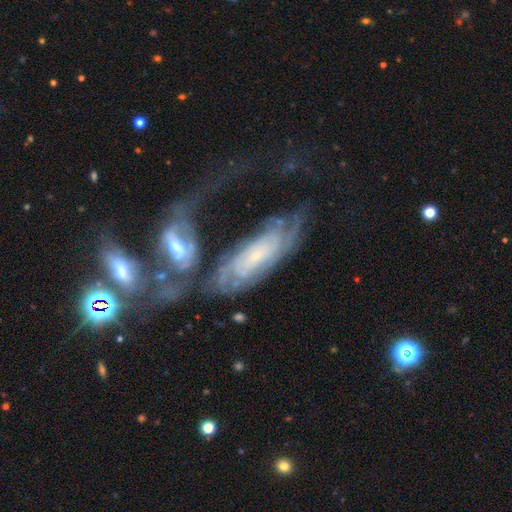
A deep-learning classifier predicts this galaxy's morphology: Smooth or featured?
  - featured or disk: 77% *
  - smooth: 15%
  - star or artifact: 8%
Edge-on disk?
  - no: 87% *
  - yes: 13%
Bar?
  - no: 64% *
  - weak: 26%
  - strong: 10%
Spiral arms?
  - yes: 88% *
  - no: 12%
Spiral winding?
  - tight: 65% *
  - medium: 25%
  - loose: 10%
Spiral arm count?
  - can't tell: 57% *
  - 2: 17%
  - 3: 9%
  - 4: 7%
  - more than 4: 6%
  - 1: 5%
Bulge size?
  - small: 77% *
  - moderate: 16%
  - none: 5%
  - large: 2%
  - dominant: 1%
Merging?
  - merger: 33% *
  - none: 32%
  - major disturbance: 19%
  - minor disturbance: 15%